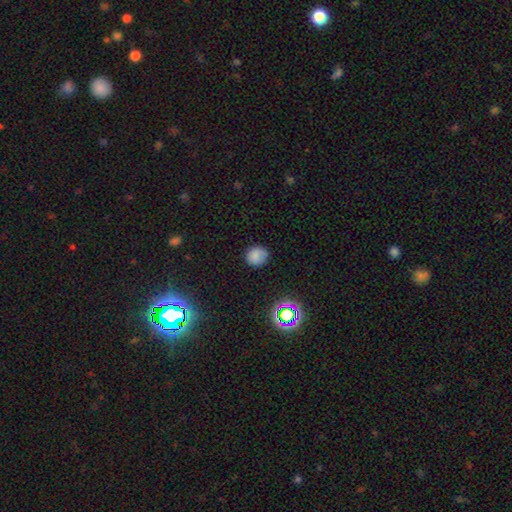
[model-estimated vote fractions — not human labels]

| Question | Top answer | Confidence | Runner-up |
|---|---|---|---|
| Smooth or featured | smooth | 78% | star or artifact (15%) |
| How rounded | round | 81% | in between (18%) |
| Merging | none | 80% | minor disturbance (15%) |